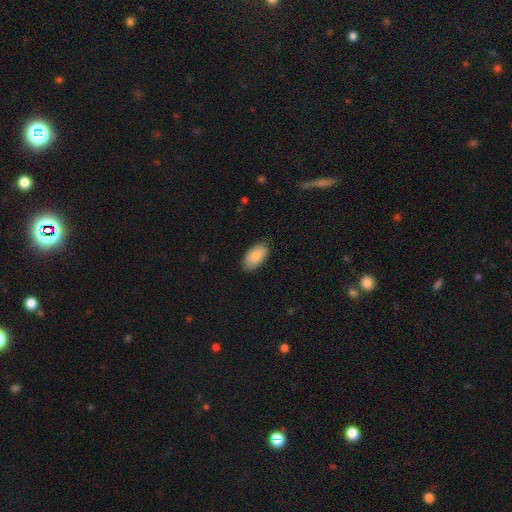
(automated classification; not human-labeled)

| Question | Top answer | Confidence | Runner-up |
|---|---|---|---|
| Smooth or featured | smooth | 84% | featured or disk (10%) |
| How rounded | in between | 95% | round (3%) |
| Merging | none | 84% | minor disturbance (13%) |